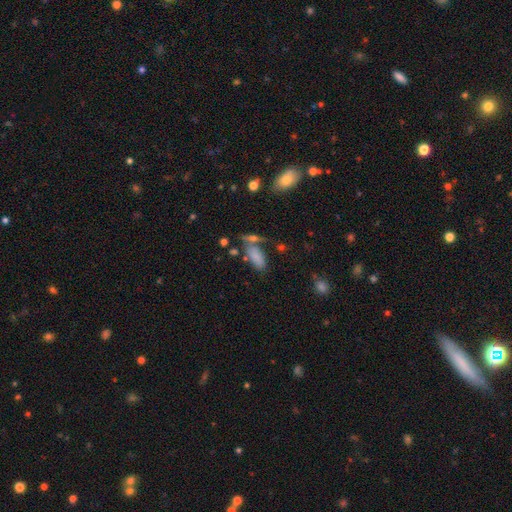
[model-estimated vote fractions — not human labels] A smooth galaxy with no disk features (77%) that is in between round and cigar-shaped (84%).

Vote fractions:
- Smooth or featured? smooth: 77% / featured or disk: 13% / star or artifact: 10%
- How rounded? in between: 84% / cigar-shaped: 13% / round: 3%
- Merging? none: 49% / merger: 23% / minor disturbance: 18% / major disturbance: 10%